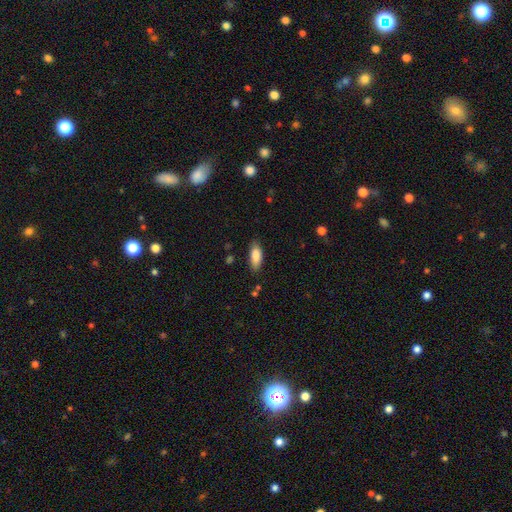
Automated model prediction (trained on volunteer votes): Smooth or featured? smooth (87%)
How rounded? in between (81%)
Merging? none (81%)